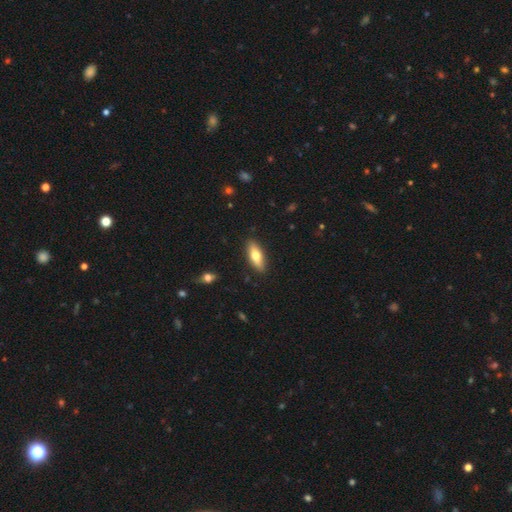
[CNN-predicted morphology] smooth_or_featured: smooth (p=0.65) [alt: featured or disk p=0.28]
how_rounded: in between (p=0.63) [alt: cigar-shaped p=0.35]
merging: none (p=0.88) [alt: minor disturbance p=0.09]